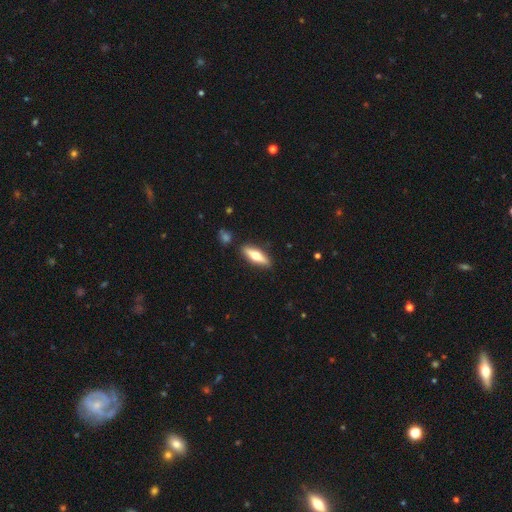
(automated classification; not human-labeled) smooth_or_featured: smooth (p=0.50) [alt: featured or disk p=0.44]
how_rounded: cigar-shaped (p=0.57) [alt: in between p=0.41]
merging: none (p=0.88) [alt: minor disturbance p=0.08]